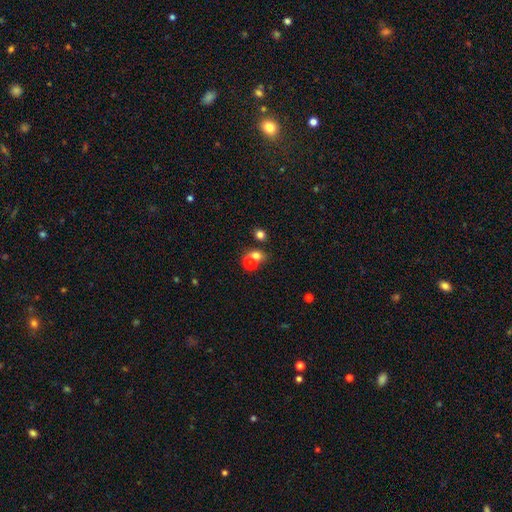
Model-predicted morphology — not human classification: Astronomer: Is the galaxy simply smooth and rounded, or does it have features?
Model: smooth — 72%.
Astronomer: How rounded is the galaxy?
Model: round — 63%.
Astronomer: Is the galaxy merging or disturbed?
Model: merger — 52% (runner-up: none, 37%).